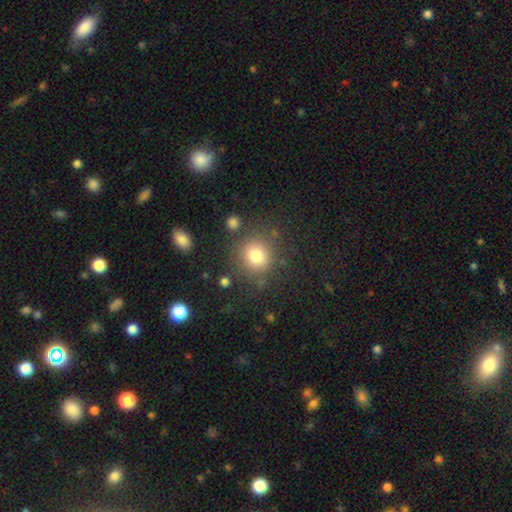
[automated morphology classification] Smooth or featured? smooth (78%)
How rounded? round (90%)
Merging? none (81%)